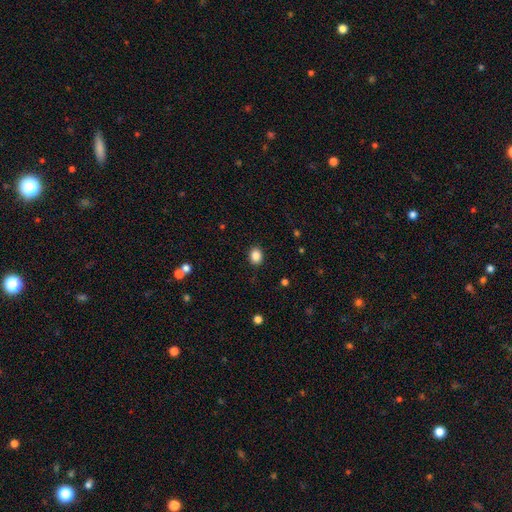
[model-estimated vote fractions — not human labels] A smooth galaxy with no disk features (87%) that is round (56%). Merging: none (90%).